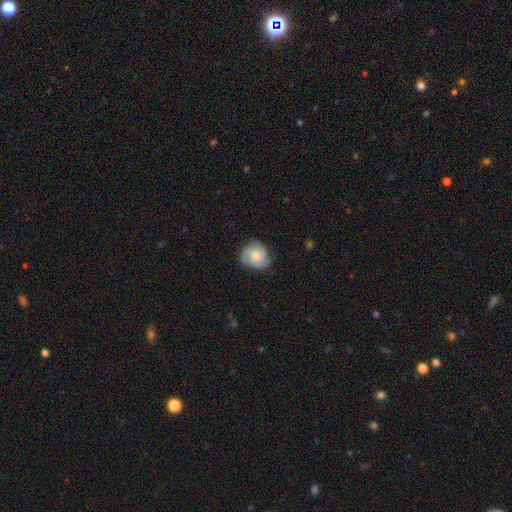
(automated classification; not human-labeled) This is possibly a featured or disk galaxy (47%). Merging: likely none (70%).